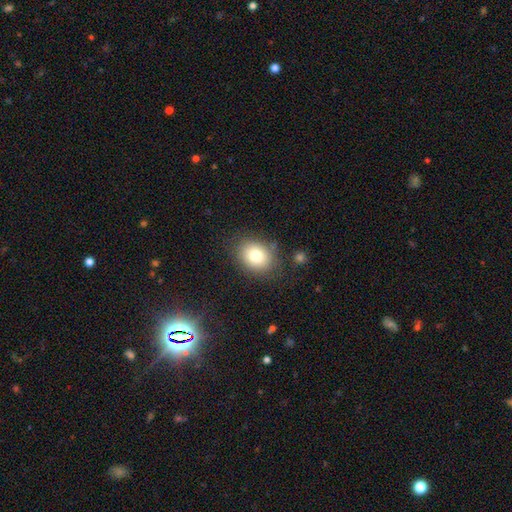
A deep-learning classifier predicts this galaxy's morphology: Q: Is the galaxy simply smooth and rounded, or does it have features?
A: smooth — 79%.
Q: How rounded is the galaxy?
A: in between — 53%.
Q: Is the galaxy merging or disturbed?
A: none — 80%.